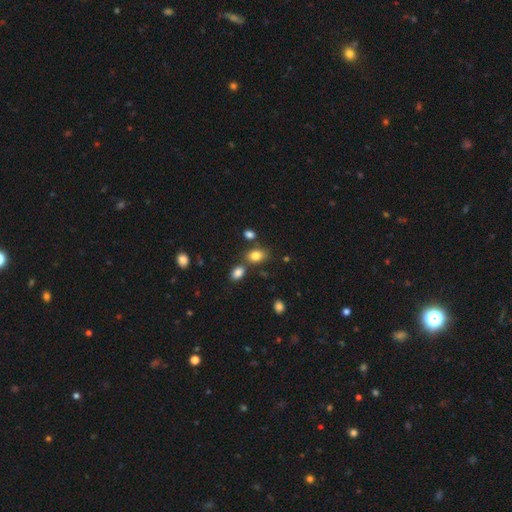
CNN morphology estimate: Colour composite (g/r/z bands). It shows a smooth galaxy with no disk features (82%) that is in between round and cigar-shaped (77%). Merging: none (68%).